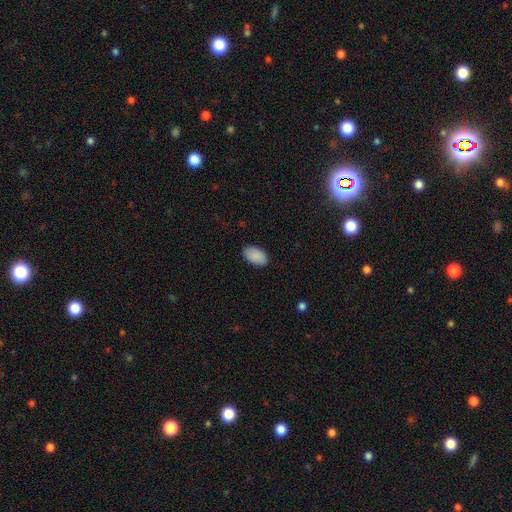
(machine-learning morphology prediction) Smooth or featured? smooth (90%)
How rounded? in between (93%)
Merging? none (87%)